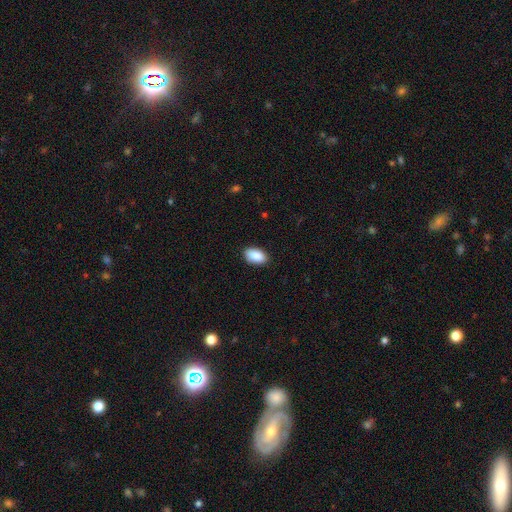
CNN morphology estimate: A smooth galaxy with no disk features (89%) that is in between round and cigar-shaped (94%). Merging: none (87%).